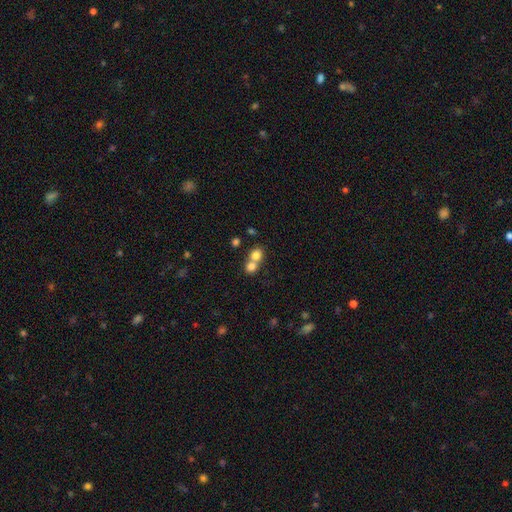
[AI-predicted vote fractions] Smooth or featured? smooth (78%)
How rounded? round (77%)
Merging? merger (60%)